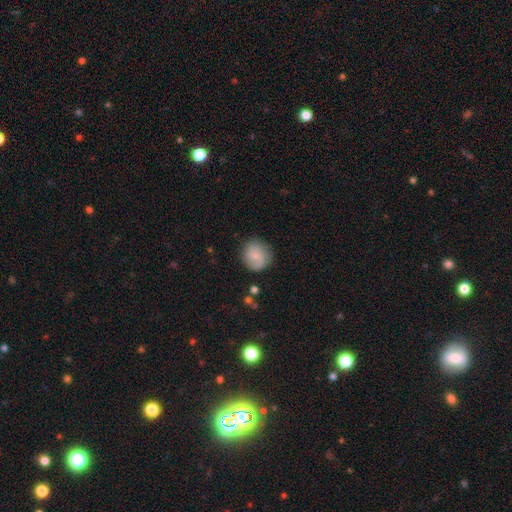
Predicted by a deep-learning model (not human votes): smooth_or_featured: smooth (p=0.72) [alt: featured or disk p=0.21]
how_rounded: round (p=0.90) [alt: in between p=0.09]
merging: none (p=0.76) [alt: minor disturbance p=0.16]